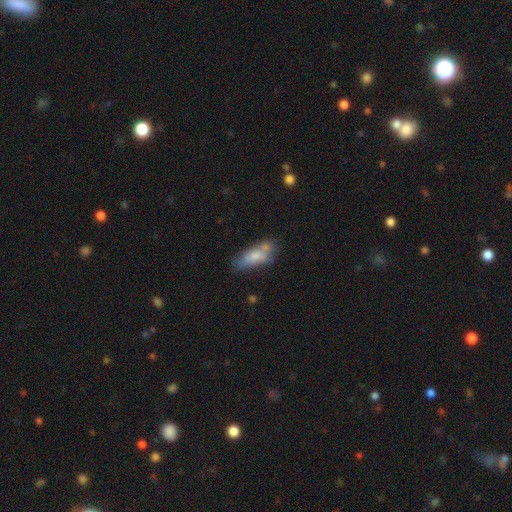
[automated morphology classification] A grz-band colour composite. It shows a smooth galaxy with no disk features (66%) that is in between round and cigar-shaped (72%). Merging: none (46%).